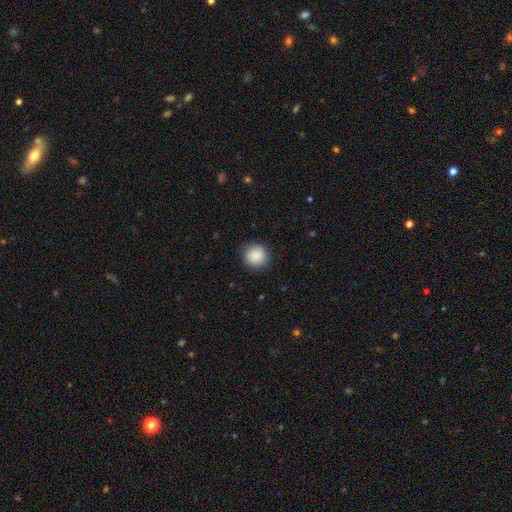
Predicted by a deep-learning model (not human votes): The model was most divided on "smooth or featured": smooth: 88%, star or artifact: 8%, featured or disk: 4%. More confident: how rounded — round (93%); merging — none (89%).